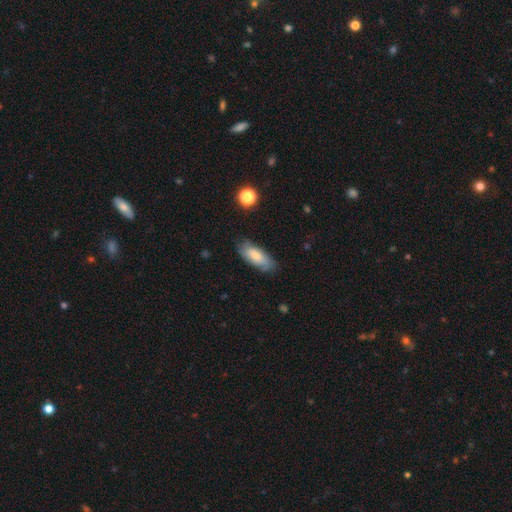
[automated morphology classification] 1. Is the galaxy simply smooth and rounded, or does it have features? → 68% smooth, 25% featured or disk, 7% star or artifact.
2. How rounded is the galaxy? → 78% in between, 20% cigar-shaped, 2% round.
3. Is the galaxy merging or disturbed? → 73% none, 20% minor disturbance, 5% major disturbance, 2% merger.